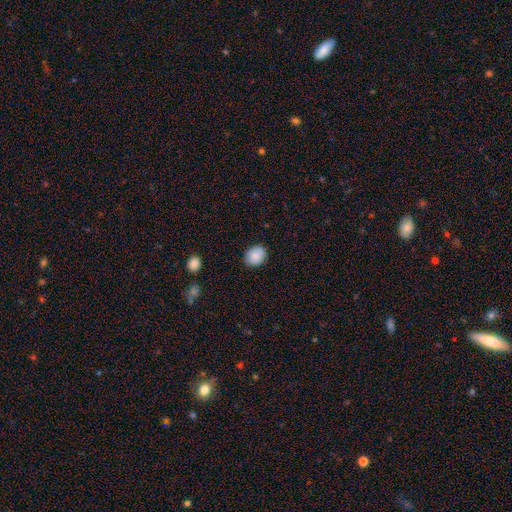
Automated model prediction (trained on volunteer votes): A smooth galaxy with no disk features (83%) that is round (54%).

Vote fractions:
- Smooth or featured? smooth: 83% / featured or disk: 9% / star or artifact: 8%
- How rounded? round: 54% / in between: 45% / cigar-shaped: 1%
- Merging? none: 83% / minor disturbance: 14% / major disturbance: 3% / merger: 1%